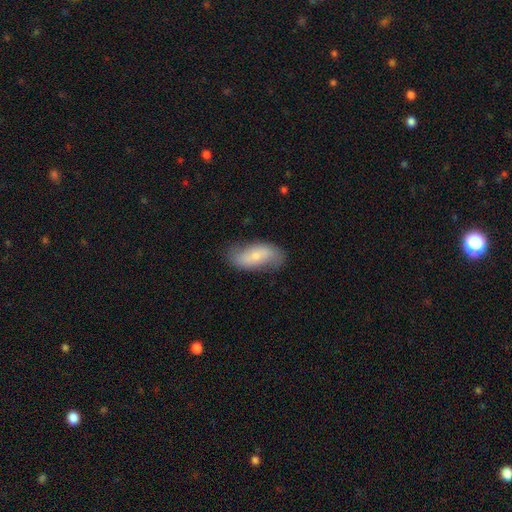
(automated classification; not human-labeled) smooth-or-featured: smooth: 55% | featured or disk: 38% | star or artifact: 7%
  how-rounded: in between: 87% | cigar-shaped: 10% | round: 4%
  merging: none: 72% | minor disturbance: 21% | major disturbance: 6% | merger: 1%